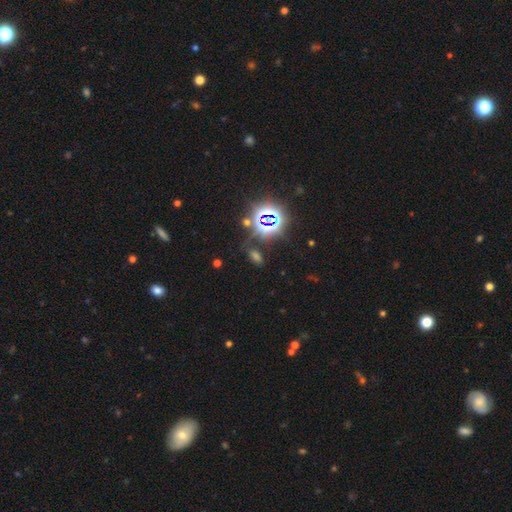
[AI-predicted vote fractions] Smooth or featured? star or artifact (55%)